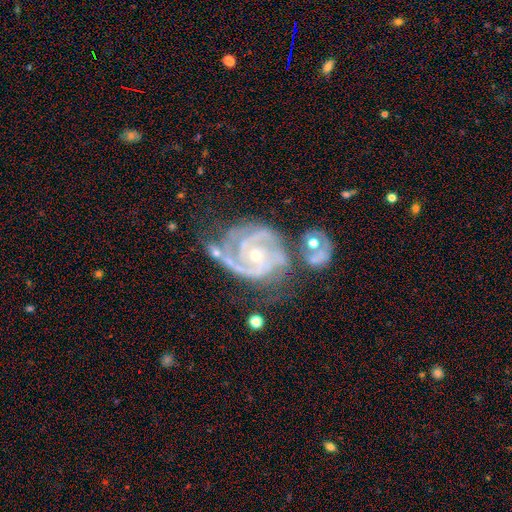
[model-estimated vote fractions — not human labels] A featured or disk galaxy (92%) with no bar (67%), 2 (41%) tight (63%) spiral arms (98%) and a small central bulge (62%).

Vote fractions:
- Smooth or featured? featured or disk: 92% / star or artifact: 5% / smooth: 3%
- Edge-on disk? no: 98% / yes: 2%
- Bar? no: 67% / weak: 24% / strong: 9%
- Spiral arms? yes: 98% / no: 2%
- Spiral winding? tight: 63% / medium: 33% / loose: 4%
- Spiral arm count? 2: 41% / 3: 36% / can't tell: 8% / 4: 7% / 1: 4% / more than 4: 4%
- Bulge size? small: 62% / moderate: 36% / large: 1% / none: 1% / dominant: 1%
- Merging? none: 42% / minor disturbance: 25% / merger: 18% / major disturbance: 15%